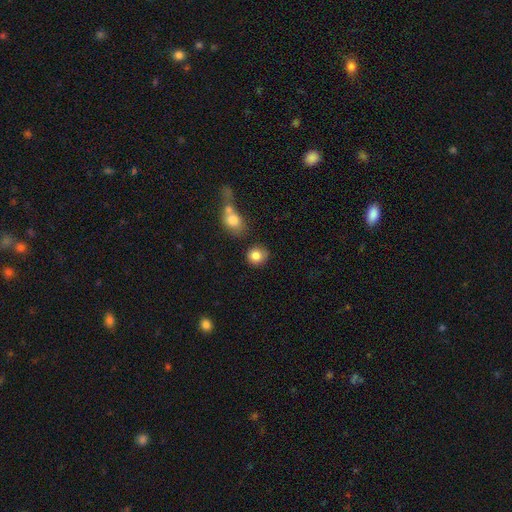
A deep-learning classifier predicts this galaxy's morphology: This appears to be a smooth galaxy with no disk features (84%) that is round (83%). Merging: none (70%).